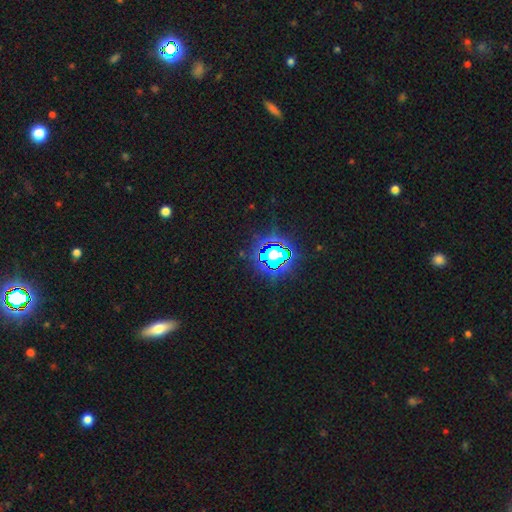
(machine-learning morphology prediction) This is likely a star or artifact rather than a galaxy (76%).